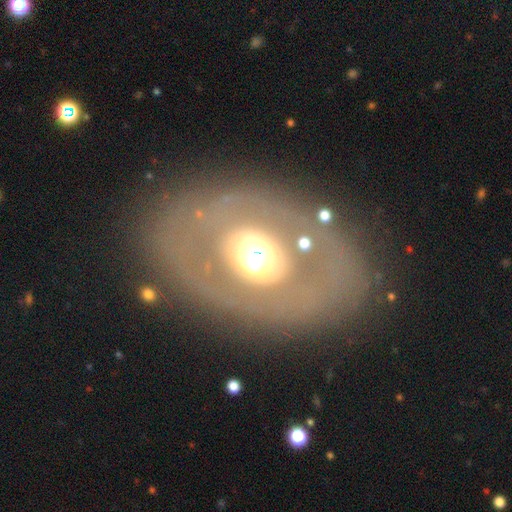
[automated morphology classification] Smooth or featured: featured or disk — 57% (smooth — 33%)
Edge-on disk: no — 90% (yes — 10%)
Bar: no — 76% (weak — 14%)
Spiral arms: no — 86% (yes — 14%)
Bulge size: moderate — 46% (large — 36%)
Merging: none — 75% (minor disturbance — 11%)